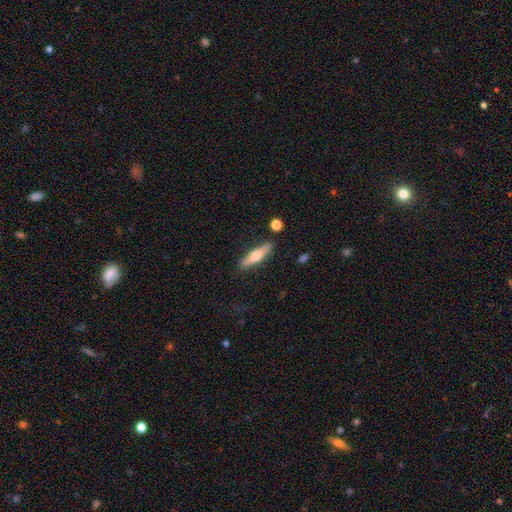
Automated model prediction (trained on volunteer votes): This appears to be a smooth galaxy with no disk features (55%) that is cigar-shaped (75%). Merging: none (84%).